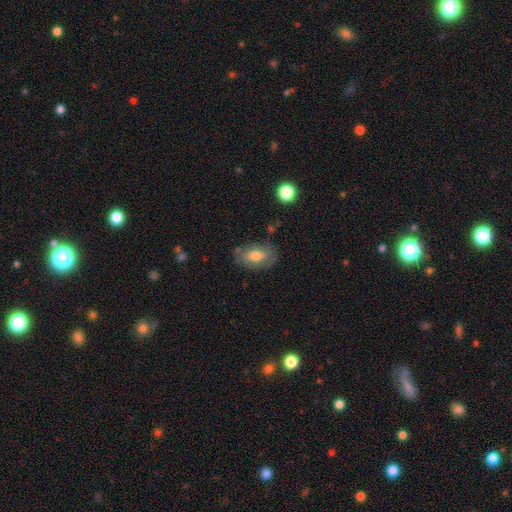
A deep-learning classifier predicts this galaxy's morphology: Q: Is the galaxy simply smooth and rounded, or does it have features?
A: smooth — 62%.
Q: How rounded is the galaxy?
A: in between — 88%.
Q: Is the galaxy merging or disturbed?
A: none — 69%.